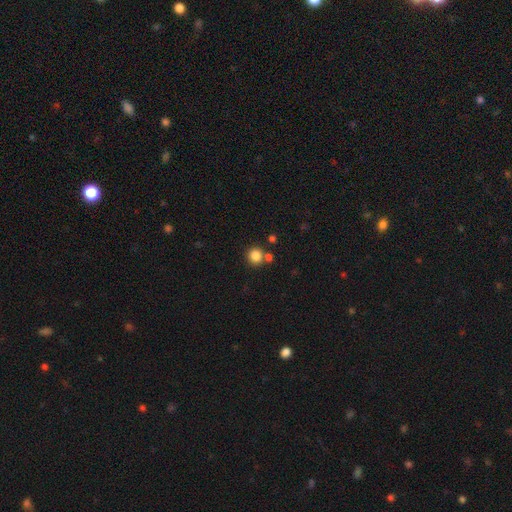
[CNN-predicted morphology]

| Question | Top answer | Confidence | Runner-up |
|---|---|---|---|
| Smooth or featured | smooth | 84% | star or artifact (11%) |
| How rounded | round | 92% | in between (7%) |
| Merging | none | 74% | merger (15%) |